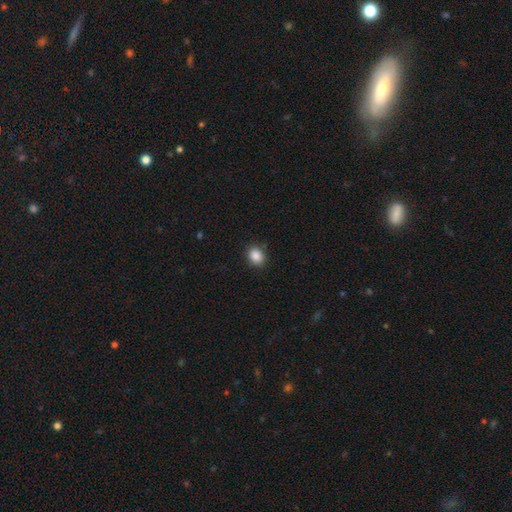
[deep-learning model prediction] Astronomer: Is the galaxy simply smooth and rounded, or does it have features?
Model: smooth — 88%.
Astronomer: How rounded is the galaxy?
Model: round — 62% (runner-up: in between, 37%).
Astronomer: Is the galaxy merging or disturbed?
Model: none — 87%.